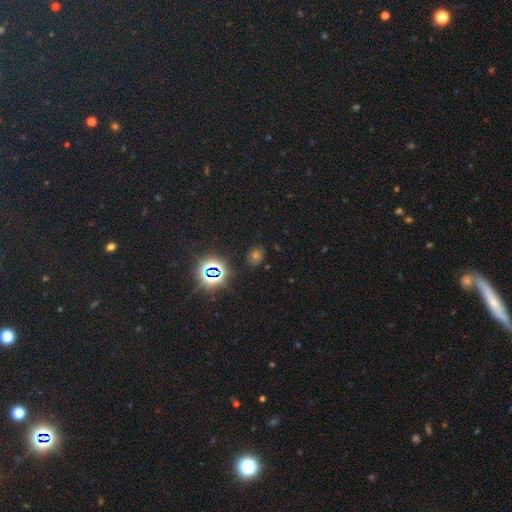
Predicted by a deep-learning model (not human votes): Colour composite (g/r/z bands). It shows a star or artifact, not a galaxy (51%).